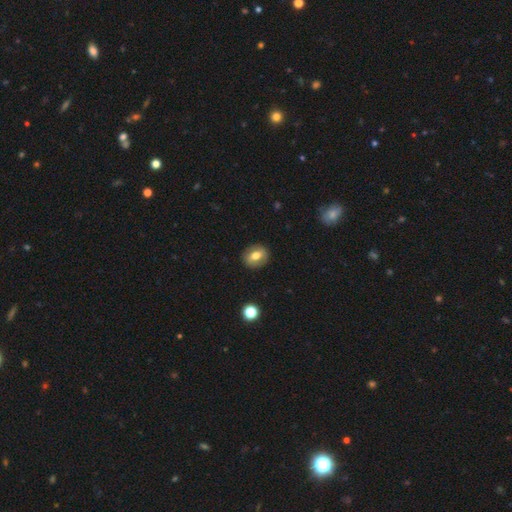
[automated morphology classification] smooth 66%, featured or disk 26%, star or artifact 8%. Down the decision tree: how rounded — round (51%); merging — none (88%).